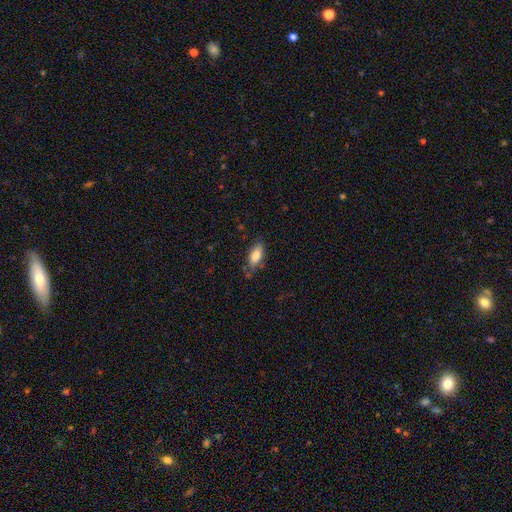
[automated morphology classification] Q: Smooth or featured?
A: smooth (78%); runner-up: featured or disk (15%)
Q: How rounded?
A: in between (82%); runner-up: cigar-shaped (15%)
Q: Merging?
A: none (70%); runner-up: minor disturbance (21%)